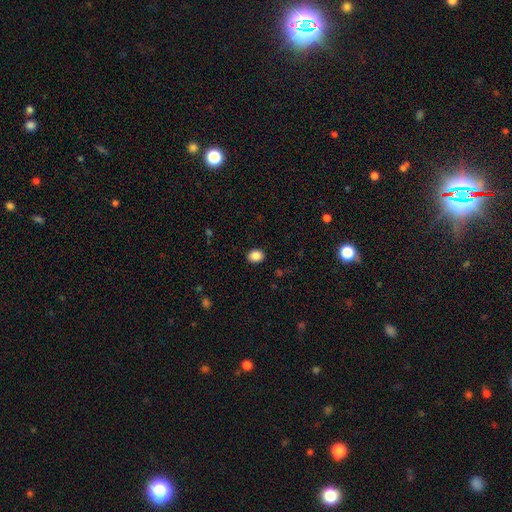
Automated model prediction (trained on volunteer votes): Smooth or featured: smooth — 87% (star or artifact — 9%)
How rounded: in between — 55% (round — 44%)
Merging: none — 90% (minor disturbance — 7%)